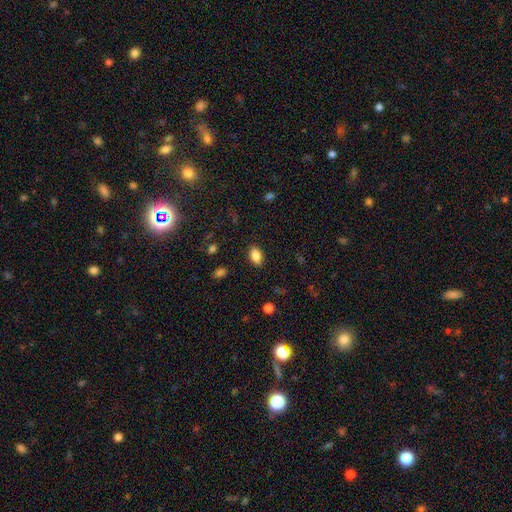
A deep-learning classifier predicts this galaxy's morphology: This is clearly a smooth galaxy (86%). How rounded: clearly in between (90%). Merging: clearly none (87%).